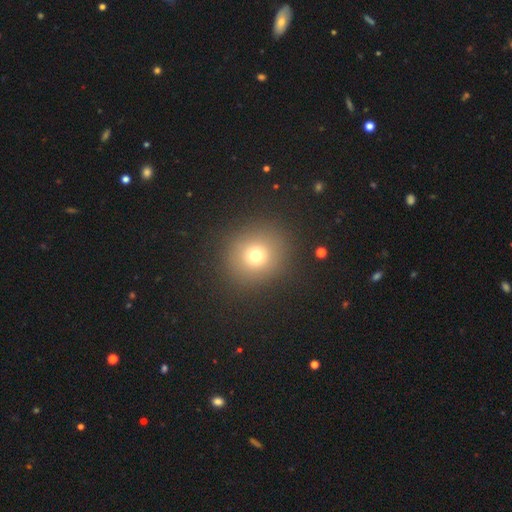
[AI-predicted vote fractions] This appears to be a smooth galaxy with no disk features (71%) that is round (89%). Merging: none (88%).